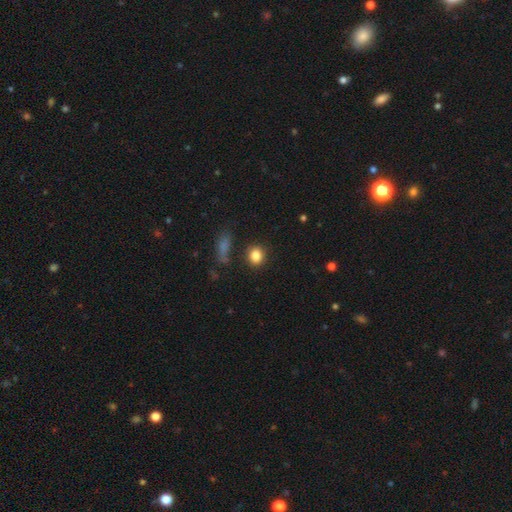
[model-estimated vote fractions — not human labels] smooth_or_featured: smooth (p=0.85) [alt: star or artifact p=0.10]
how_rounded: round (p=0.75) [alt: in between p=0.24]
merging: none (p=0.84) [alt: minor disturbance p=0.09]